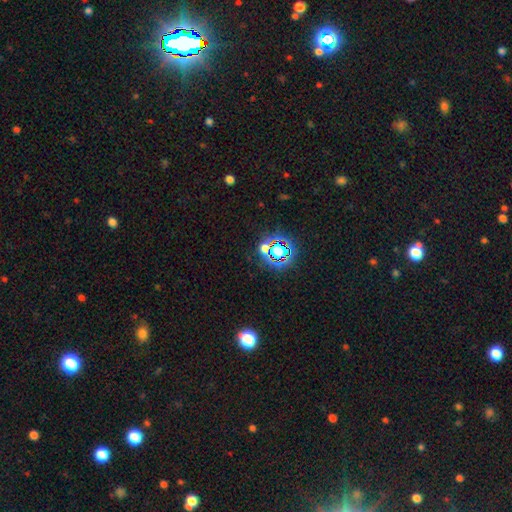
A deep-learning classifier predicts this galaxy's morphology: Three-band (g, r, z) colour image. It shows a star or artifact, not a galaxy (77%).